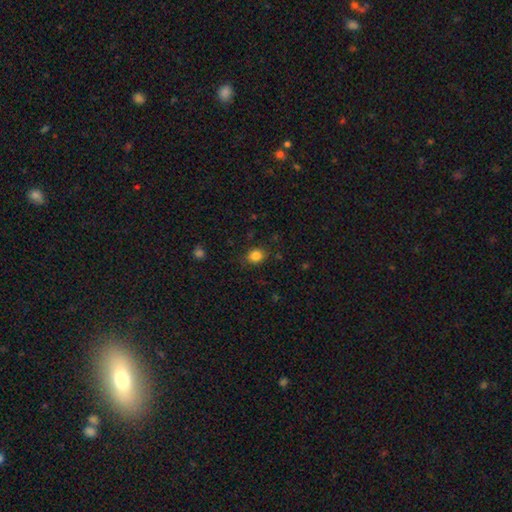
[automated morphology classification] smooth 84%, star or artifact 11%, featured or disk 5%. Down the decision tree: how rounded — round (59%); merging — none (82%).